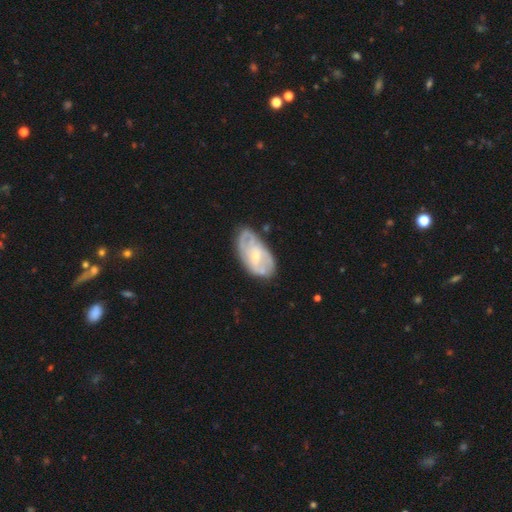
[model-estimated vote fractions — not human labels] A featured or disk galaxy (62%) with no bar (63%), spiral arms (62%) and a small central bulge (63%).

Vote fractions:
- Smooth or featured? featured or disk: 62% / smooth: 32% / star or artifact: 6%
- Edge-on disk? no: 94% / yes: 6%
- Bar? no: 63% / weak: 31% / strong: 6%
- Spiral arms? yes: 62% / no: 38%
- Bulge size? small: 63% / moderate: 30% / none: 4% / large: 2% / dominant: 1%
- Merging? none: 58% / minor disturbance: 27% / major disturbance: 11% / merger: 4%